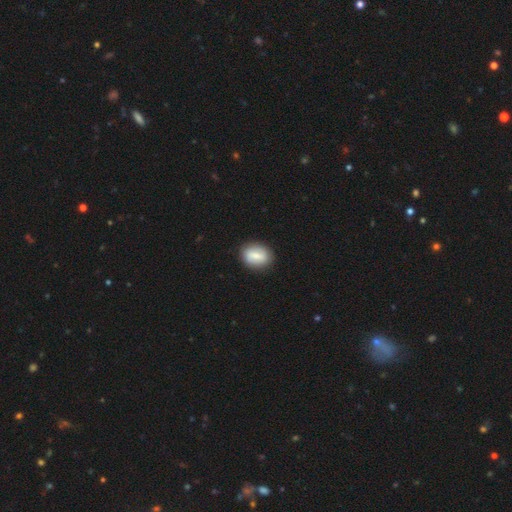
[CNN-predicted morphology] smooth-or-featured: smooth: 68% | featured or disk: 25% | star or artifact: 7%
  how-rounded: in between: 69% | round: 28% | cigar-shaped: 2%
  merging: none: 85% | minor disturbance: 11% | major disturbance: 3% | merger: 1%